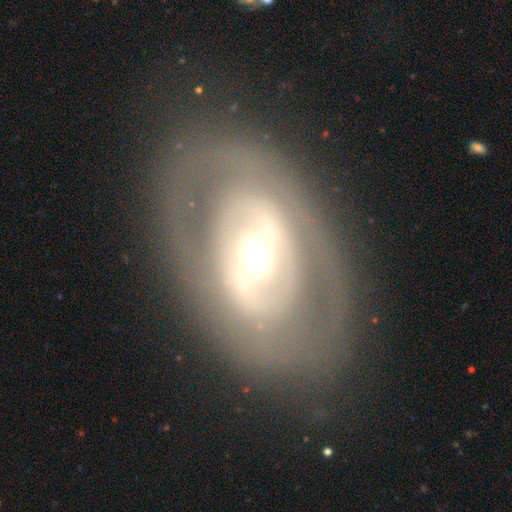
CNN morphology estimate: Q: Smooth or featured?
A: featured or disk (75%); runner-up: smooth (20%)
Q: Edge-on disk?
A: no (92%); runner-up: yes (8%)
Q: Bar?
A: no (43%); runner-up: weak (29%)
Q: Spiral arms?
A: no (64%); runner-up: yes (36%)
Q: Bulge size?
A: moderate (63%); runner-up: small (25%)
Q: Merging?
A: none (77%); runner-up: minor disturbance (13%)